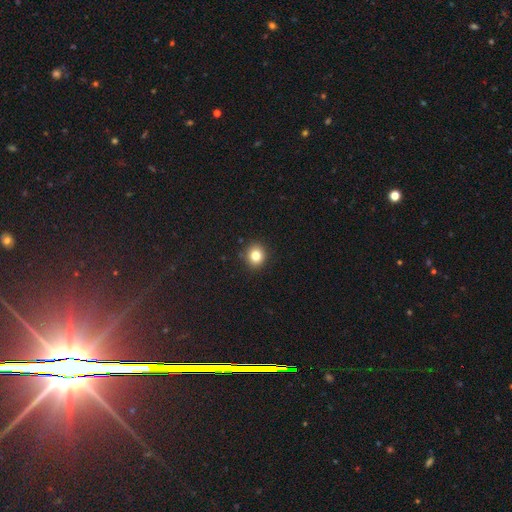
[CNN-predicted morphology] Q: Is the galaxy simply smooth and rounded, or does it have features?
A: smooth — 81%.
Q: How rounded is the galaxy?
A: round — 85%.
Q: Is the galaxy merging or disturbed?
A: none — 91%.